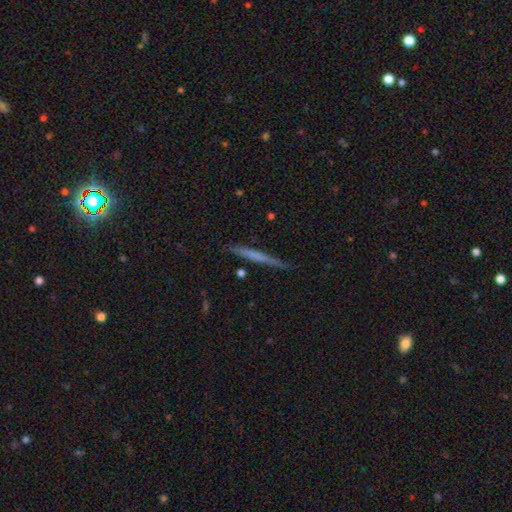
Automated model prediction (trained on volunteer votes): Smooth or featured: featured or disk — 48% (smooth — 46%)
Merging: none — 88% (minor disturbance — 9%)